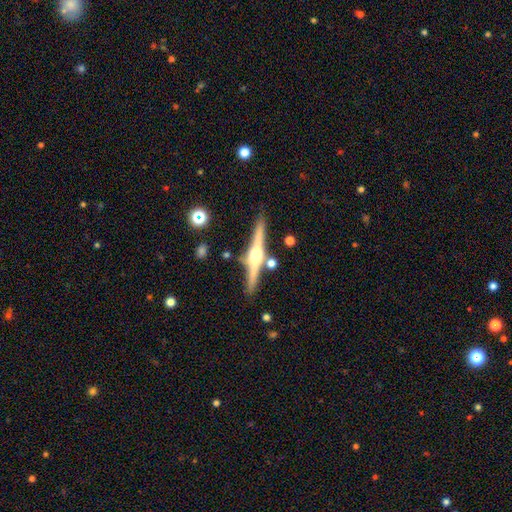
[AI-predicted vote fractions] Q: Smooth or featured?
A: featured or disk (79%); runner-up: smooth (16%)
Q: Edge-on disk?
A: yes (98%); runner-up: no (2%)
Q: Edge-on bulge?
A: rounded (93%); runner-up: boxy (5%)
Q: Merging?
A: none (80%); runner-up: minor disturbance (10%)